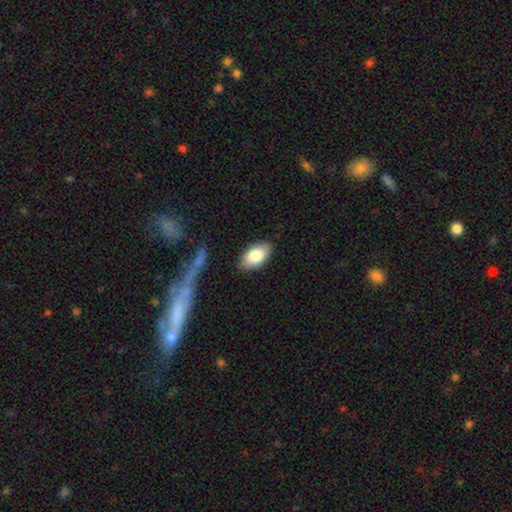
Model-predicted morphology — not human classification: This is clearly a smooth galaxy (83%). How rounded: clearly in between (94%). Merging: clearly none (86%).